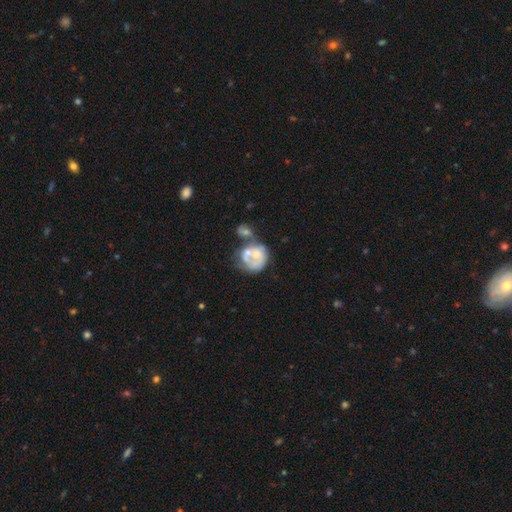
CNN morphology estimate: Smooth or featured?
  - featured or disk: 56% *
  - smooth: 37%
  - star or artifact: 8%
Edge-on disk?
  - no: 98% *
  - yes: 2%
Bar?
  - no: 88% *
  - weak: 9%
  - strong: 2%
Spiral arms?
  - no: 76% *
  - yes: 24%
Bulge size?
  - moderate: 50% *
  - small: 28%
  - none: 15%
  - large: 5%
  - dominant: 2%
Merging?
  - merger: 53% *
  - none: 18%
  - major disturbance: 16%
  - minor disturbance: 13%